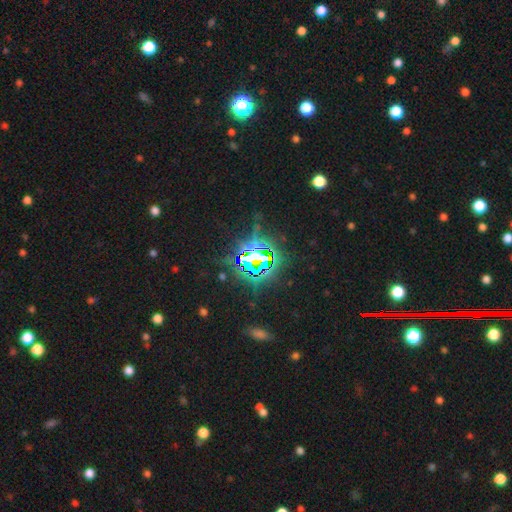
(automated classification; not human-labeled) This appears to be a star or artifact, not a galaxy (81%).